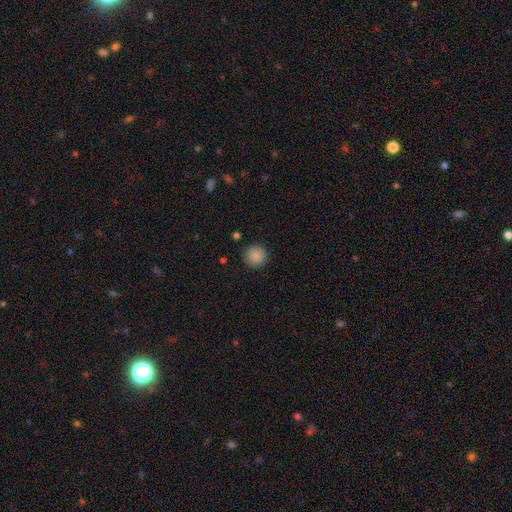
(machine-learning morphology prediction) smooth 88%, star or artifact 9%, featured or disk 3%. Down the decision tree: how rounded — round (95%); merging — none (91%).